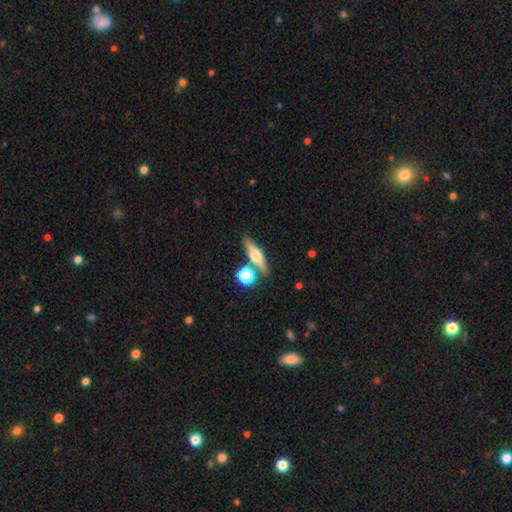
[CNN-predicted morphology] Smooth or featured? Predicted: featured or disk (p=0.61). Edge-on disk? Predicted: yes (p=0.94). Edge-on bulge? Predicted: rounded (p=0.94). Merging? Predicted: none (p=0.77).